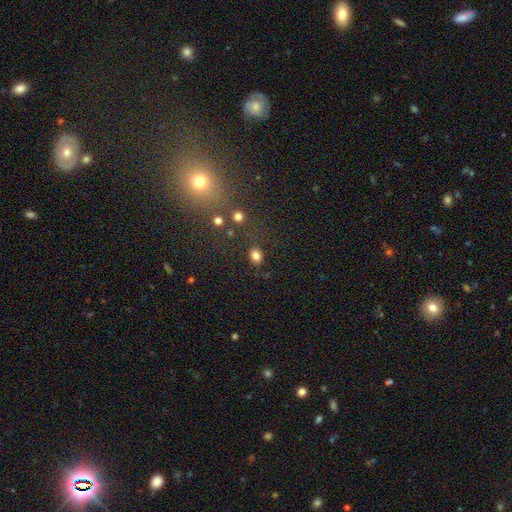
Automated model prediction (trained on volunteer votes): A smooth galaxy with no disk features (81%) that is in between round and cigar-shaped (58%).

Vote fractions:
- Smooth or featured? smooth: 81% / star or artifact: 13% / featured or disk: 6%
- How rounded? in between: 58% / round: 41% / cigar-shaped: 1%
- Merging? none: 79% / minor disturbance: 12% / major disturbance: 5% / merger: 4%